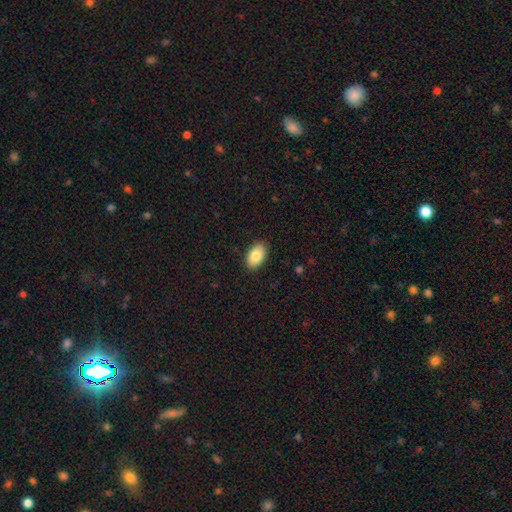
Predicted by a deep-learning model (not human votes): Smooth or featured?
  - smooth: 83% *
  - featured or disk: 10%
  - star or artifact: 7%
How rounded?
  - in between: 93% *
  - round: 6%
  - cigar-shaped: 1%
Merging?
  - none: 89% *
  - minor disturbance: 8%
  - major disturbance: 2%
  - merger: 1%